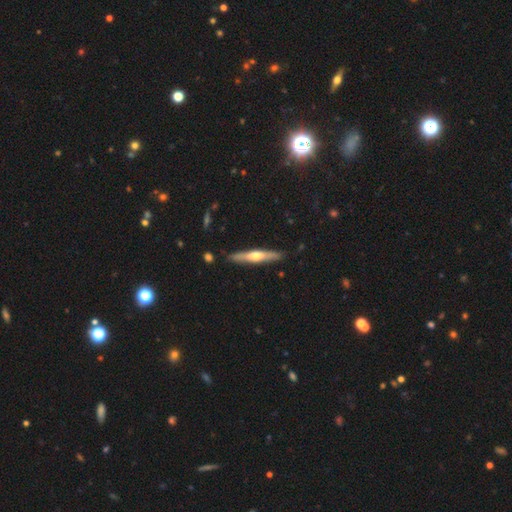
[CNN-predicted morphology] A featured or disk galaxy (54%) viewed edge-on (92%).

Vote fractions:
- Smooth or featured? featured or disk: 54% / smooth: 41% / star or artifact: 5%
- Edge-on disk? yes: 92% / no: 8%
- Merging? none: 87% / minor disturbance: 9% / major disturbance: 2% / merger: 2%